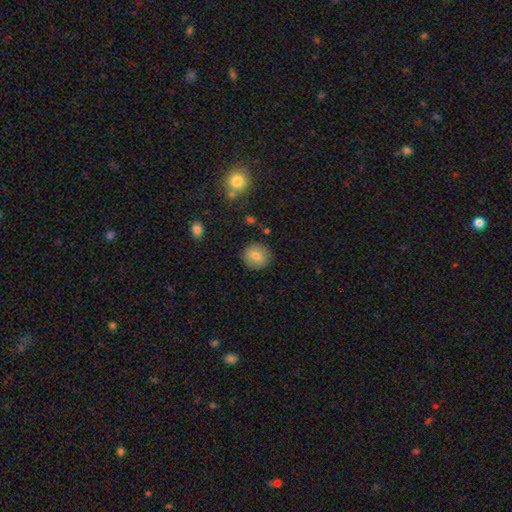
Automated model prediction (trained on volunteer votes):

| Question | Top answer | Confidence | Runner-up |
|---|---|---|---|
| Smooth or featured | smooth | 77% | featured or disk (14%) |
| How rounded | round | 88% | in between (11%) |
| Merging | none | 88% | minor disturbance (8%) |